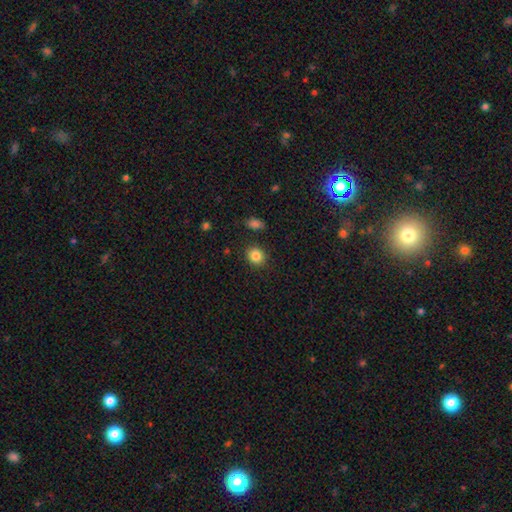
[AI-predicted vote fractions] The model was most divided on "how rounded": round: 73%, in between: 26%, cigar-shaped: 1%. More confident: merging — none (87%); smooth or featured — smooth (85%).